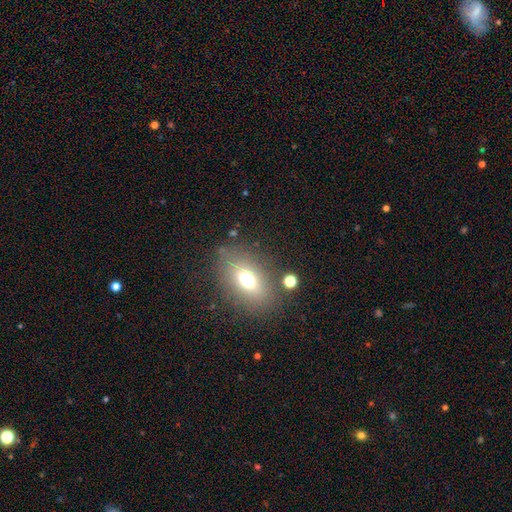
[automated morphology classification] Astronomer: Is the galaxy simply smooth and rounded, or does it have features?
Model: smooth — 60%.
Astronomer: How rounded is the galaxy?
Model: in between — 77%.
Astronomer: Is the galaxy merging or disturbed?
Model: none — 82%.